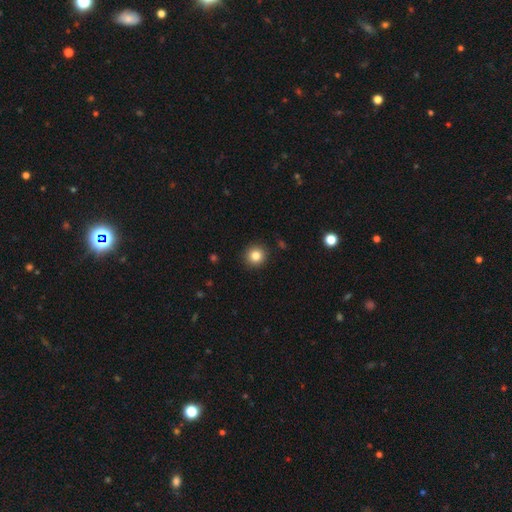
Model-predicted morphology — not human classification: type=smooth (83%); roundness=round (94%); merging=none (92%).